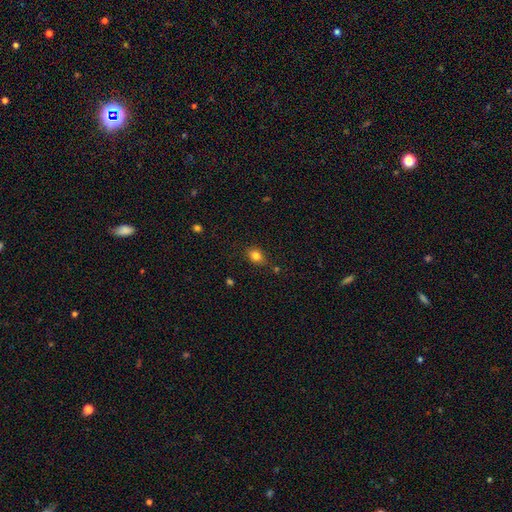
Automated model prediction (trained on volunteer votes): Q: Smooth or featured?
A: smooth (82%); runner-up: star or artifact (12%)
Q: How rounded?
A: in between (57%); runner-up: round (42%)
Q: Merging?
A: none (79%); runner-up: minor disturbance (15%)